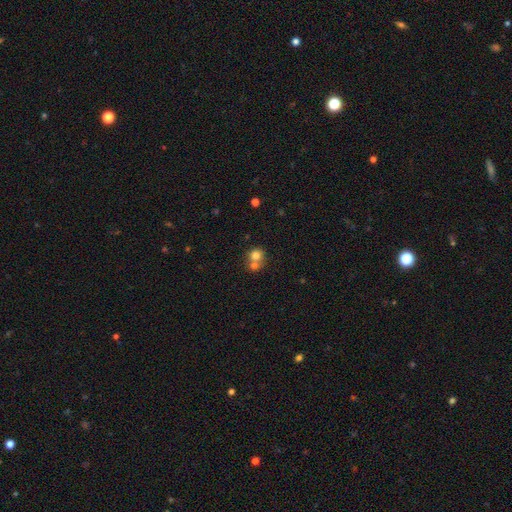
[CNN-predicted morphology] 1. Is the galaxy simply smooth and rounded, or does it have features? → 76% smooth, 13% featured or disk, 11% star or artifact.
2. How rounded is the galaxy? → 83% round, 16% in between, 1% cigar-shaped.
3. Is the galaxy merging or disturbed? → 54% merger, 37% none, 6% minor disturbance, 3% major disturbance.